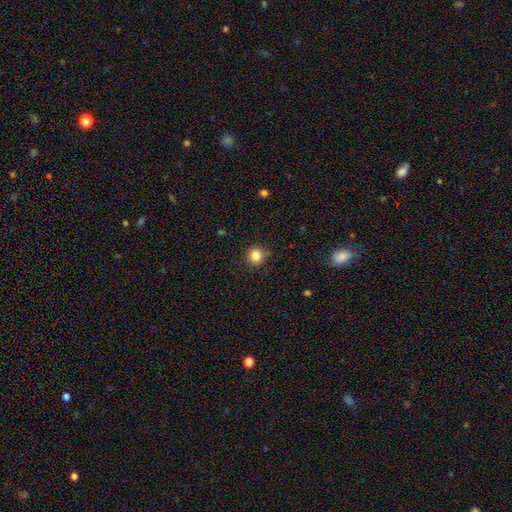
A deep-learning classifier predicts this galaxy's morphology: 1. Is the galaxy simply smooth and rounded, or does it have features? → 83% smooth, 12% star or artifact, 5% featured or disk.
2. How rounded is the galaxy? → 86% round, 13% in between, 1% cigar-shaped.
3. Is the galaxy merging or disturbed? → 86% none, 10% minor disturbance, 3% major disturbance, 1% merger.